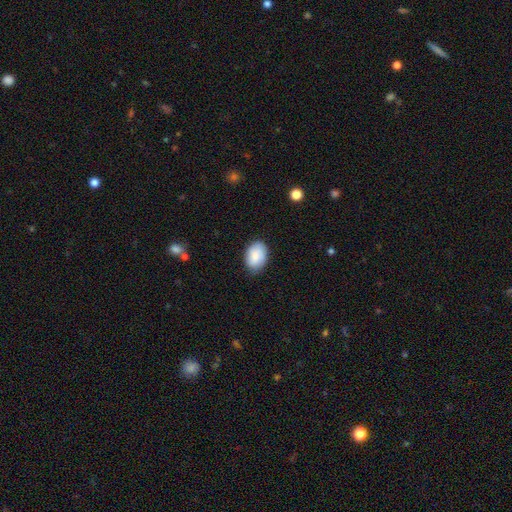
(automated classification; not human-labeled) Overall: smooth (87%). How rounded: in between (85%). Merging: none (80%).